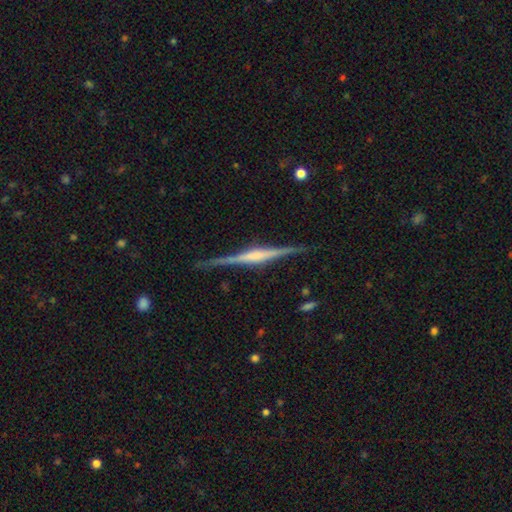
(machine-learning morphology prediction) This is clearly a featured or disk galaxy (84%). It is clearly viewed edge-on (98%). Edge-on bulge: possibly rounded (49%). Merging: clearly none (88%).